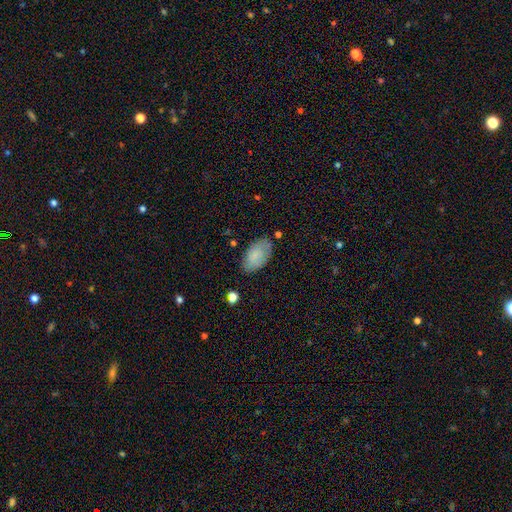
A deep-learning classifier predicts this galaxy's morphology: This is likely a smooth galaxy (80%). How rounded: clearly in between (95%). Merging: likely none (75%).